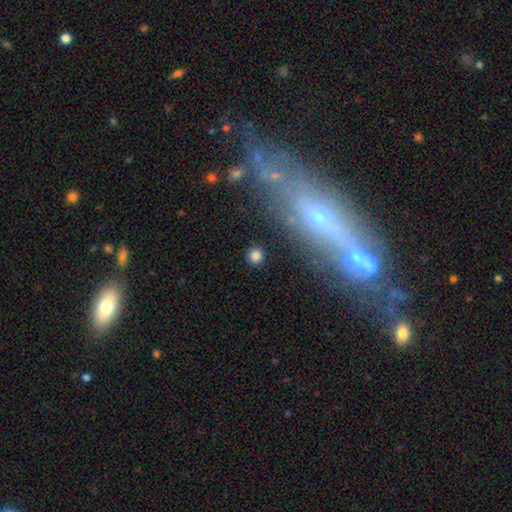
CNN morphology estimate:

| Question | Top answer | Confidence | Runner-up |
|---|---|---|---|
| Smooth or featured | smooth | 82% | star or artifact (13%) |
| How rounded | round | 93% | in between (6%) |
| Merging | none | 89% | minor disturbance (6%) |